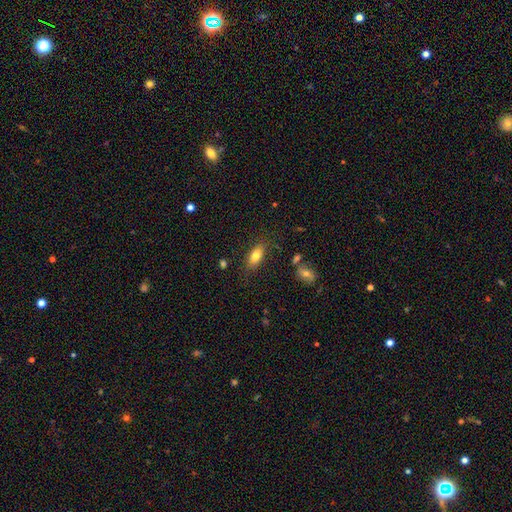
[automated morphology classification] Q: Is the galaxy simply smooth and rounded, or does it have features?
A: smooth — 78%.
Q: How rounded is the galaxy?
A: in between — 82%.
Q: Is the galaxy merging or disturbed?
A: none — 80%.